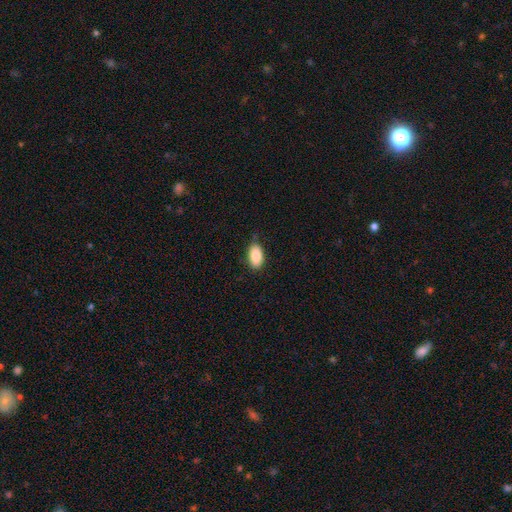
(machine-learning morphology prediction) Overall: smooth (88%). How rounded: in between (94%). Merging: none (77%).